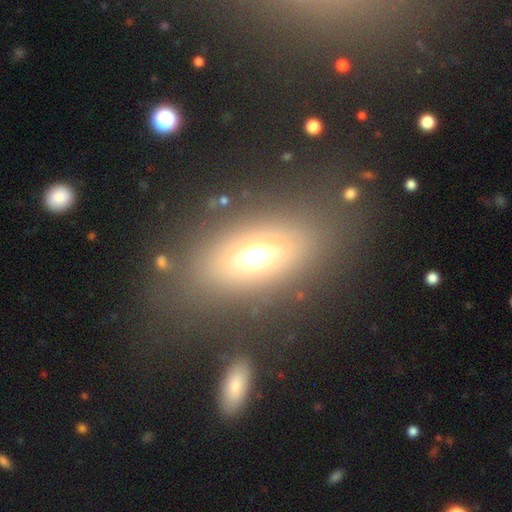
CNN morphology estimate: Smooth or featured?
  - smooth: 57% *
  - featured or disk: 27%
  - star or artifact: 16%
How rounded?
  - in between: 78% *
  - round: 13%
  - cigar-shaped: 9%
Merging?
  - none: 78% *
  - minor disturbance: 11%
  - major disturbance: 7%
  - merger: 4%